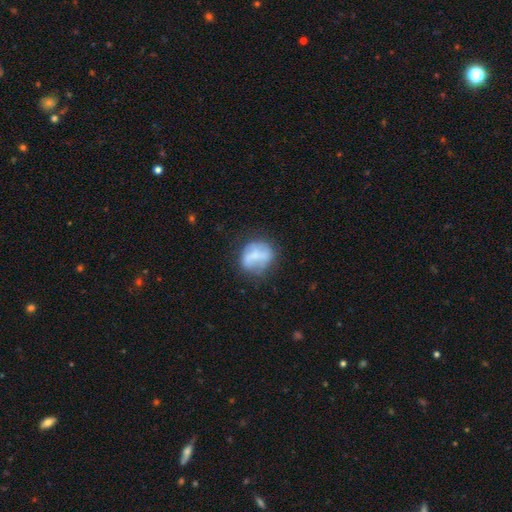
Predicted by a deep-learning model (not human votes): smooth 51%, featured or disk 40%, star or artifact 9%. Down the decision tree: how rounded — round (70%); merging — none (54%).